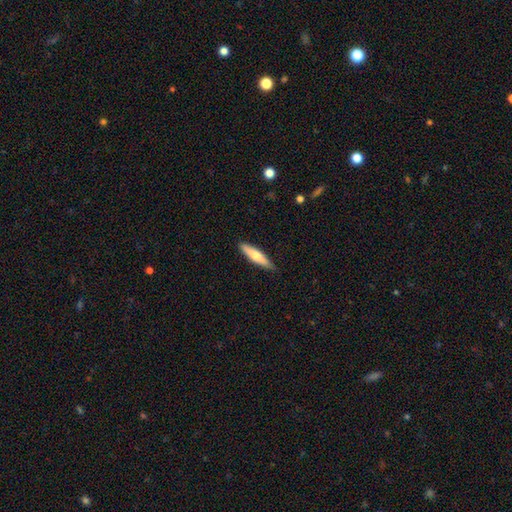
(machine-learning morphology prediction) Smooth or featured: smooth — 60% (featured or disk — 35%)
How rounded: cigar-shaped — 76% (in between — 23%)
Merging: none — 87% (minor disturbance — 10%)